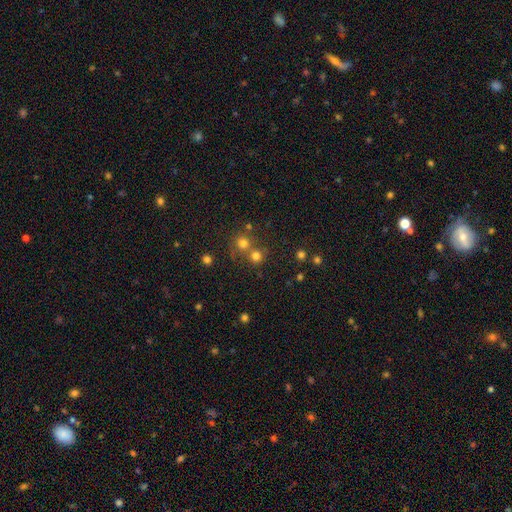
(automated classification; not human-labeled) smooth 74%, star or artifact 18%, featured or disk 8%. Down the decision tree: how rounded — round (90%); merging — none (60%).